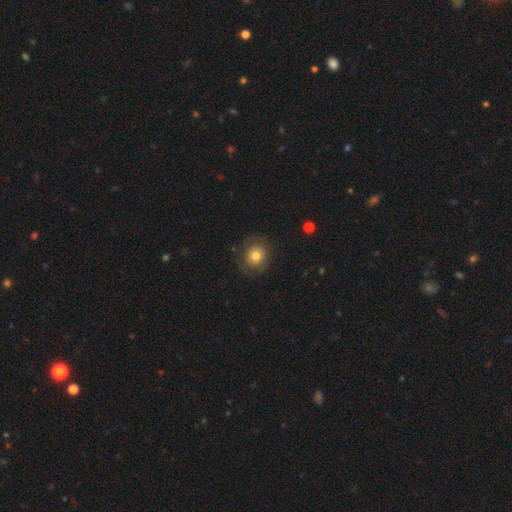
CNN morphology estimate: Q: Smooth or featured?
A: smooth (71%); runner-up: featured or disk (19%)
Q: How rounded?
A: round (87%); runner-up: in between (12%)
Q: Merging?
A: none (80%); runner-up: minor disturbance (12%)